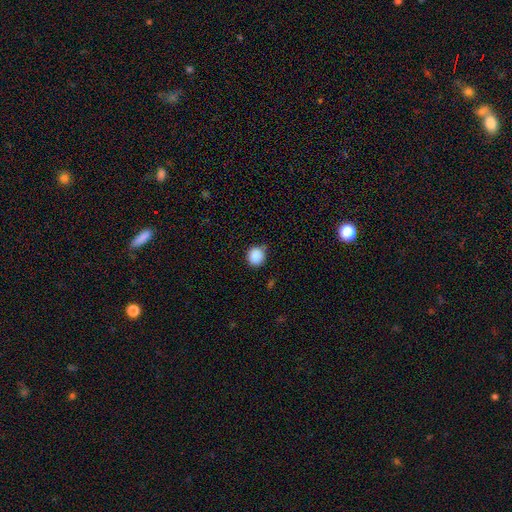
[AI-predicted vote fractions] smooth 88%, star or artifact 9%, featured or disk 3%. Down the decision tree: how rounded — round (87%); merging — none (77%).